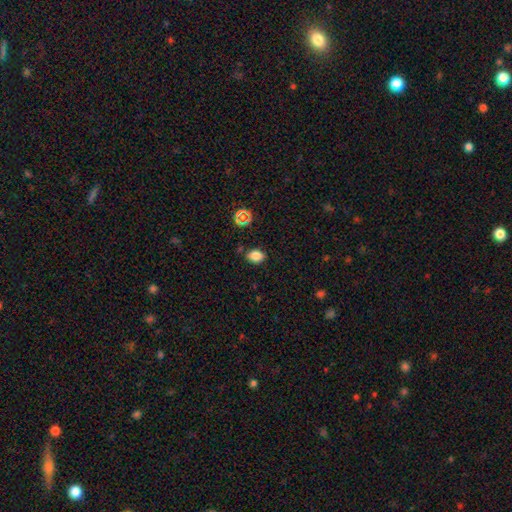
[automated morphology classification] Overall: smooth (80%). How rounded: in between (71%). Merging: none (81%).